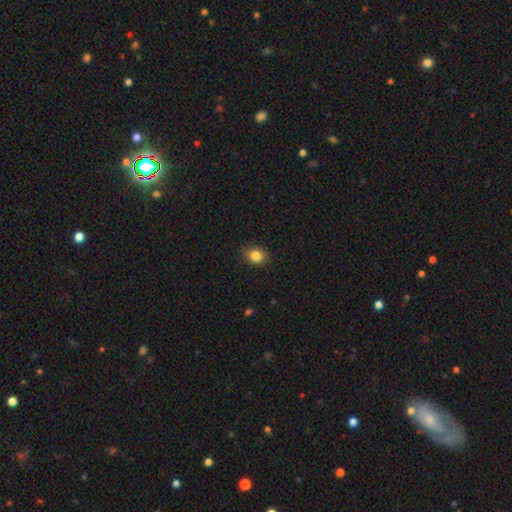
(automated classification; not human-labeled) A smooth galaxy with no disk features (84%) that is round (52%).

Vote fractions:
- Smooth or featured? smooth: 84% / star or artifact: 10% / featured or disk: 5%
- How rounded? round: 52% / in between: 47% / cigar-shaped: 1%
- Merging? none: 89% / minor disturbance: 8% / major disturbance: 2% / merger: 1%